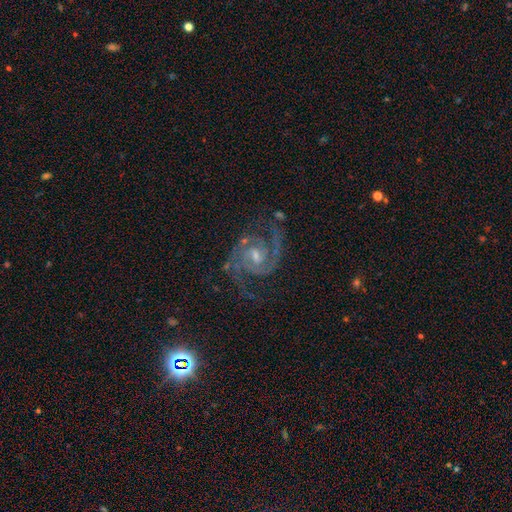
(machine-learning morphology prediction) featured or disk 90%, star or artifact 7%, smooth 3%. Down the decision tree: edge-on disk — no (98%); bar — no (44%); spiral arms — yes (99%); spiral arm count — 2 (83%); spiral winding — medium (56%); bulge size — small (47%); merging — none (76%).